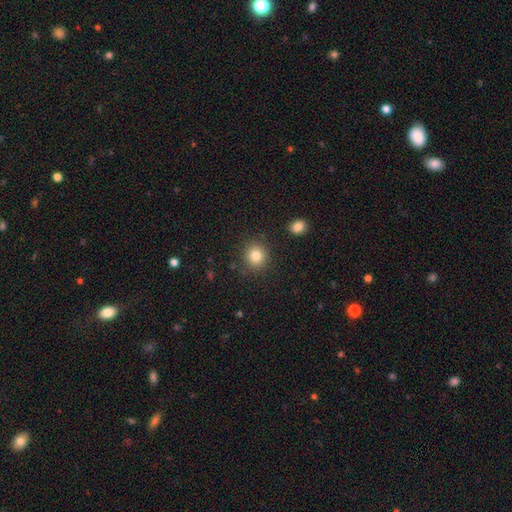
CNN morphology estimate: A smooth galaxy with no disk features (82%) that is round (89%). Merging: none (88%).